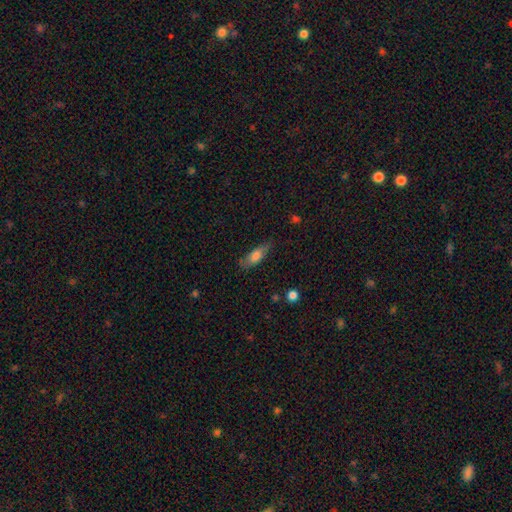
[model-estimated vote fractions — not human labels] Smooth or featured? Predicted: smooth (p=0.71). How rounded? Predicted: in between (p=0.59). Merging? Predicted: none (p=0.71).